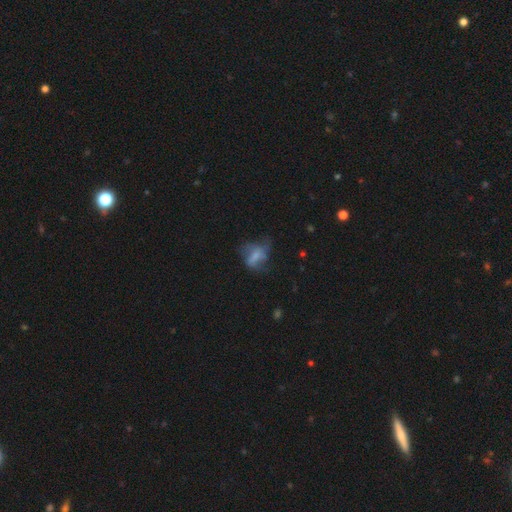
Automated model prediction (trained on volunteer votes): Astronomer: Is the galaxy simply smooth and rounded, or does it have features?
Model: smooth — 48% (runner-up: featured or disk, 38%).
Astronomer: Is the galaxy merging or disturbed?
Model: major disturbance — 37% (runner-up: none, 36%).